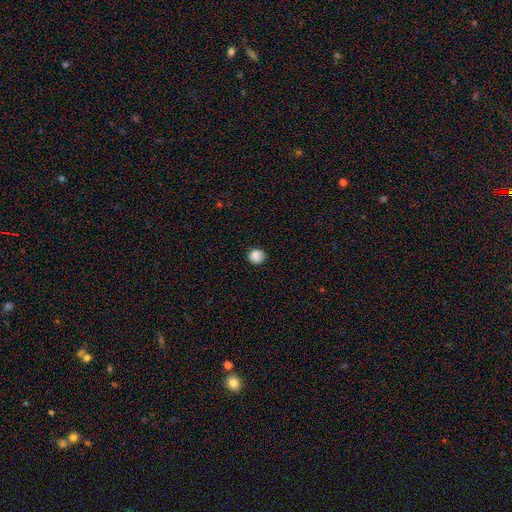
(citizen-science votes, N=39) This is clearly a smooth galaxy (85%). How rounded: likely round (76%). Merging: clearly none (81%).